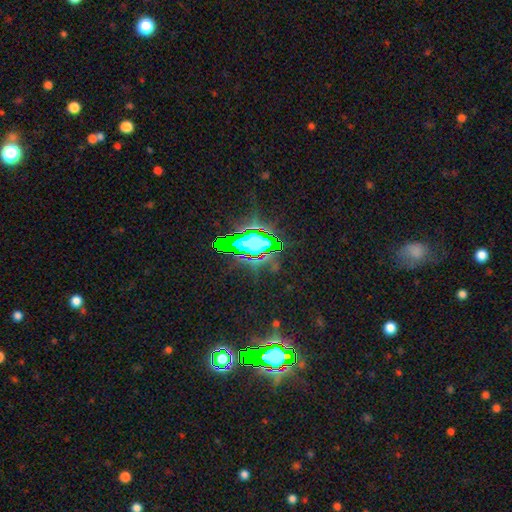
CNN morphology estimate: star or artifact 70%, smooth 18%, featured or disk 12%.